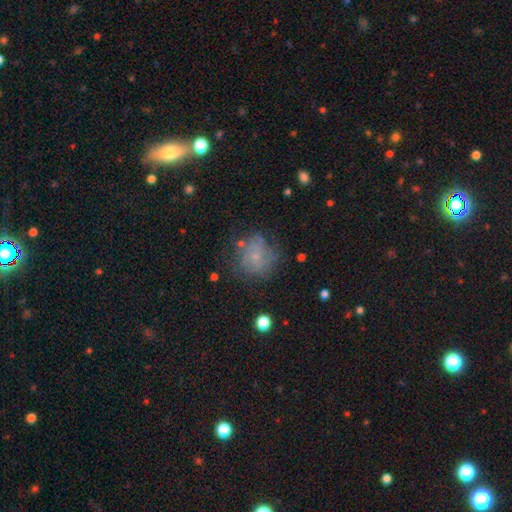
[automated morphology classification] smooth-or-featured: smooth: 49% | featured or disk: 36% | star or artifact: 15%
  merging: none: 62% | minor disturbance: 22% | major disturbance: 13% | merger: 3%